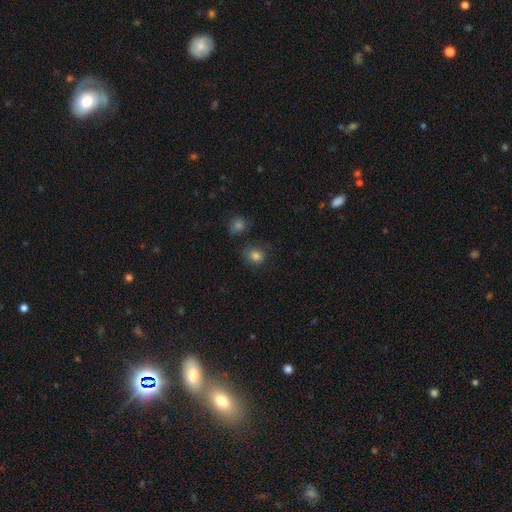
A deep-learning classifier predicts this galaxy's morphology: smooth-or-featured: smooth: 82% | star or artifact: 11% | featured or disk: 7%
  how-rounded: round: 69% | in between: 31% | cigar-shaped: 1%
  merging: none: 72% | minor disturbance: 17% | merger: 6% | major disturbance: 5%